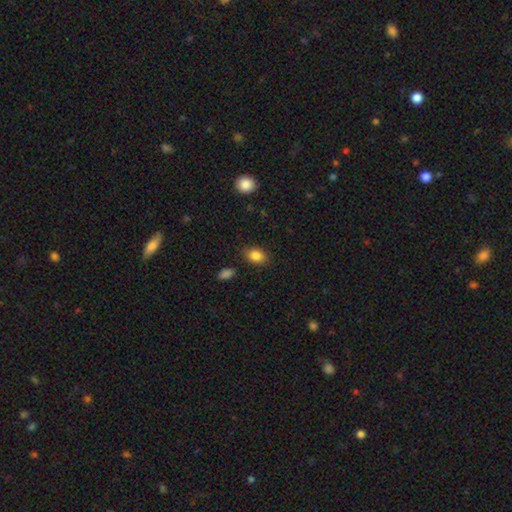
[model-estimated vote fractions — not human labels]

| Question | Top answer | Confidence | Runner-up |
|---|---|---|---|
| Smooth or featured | smooth | 85% | star or artifact (9%) |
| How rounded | in between | 77% | round (22%) |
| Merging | none | 84% | minor disturbance (11%) |